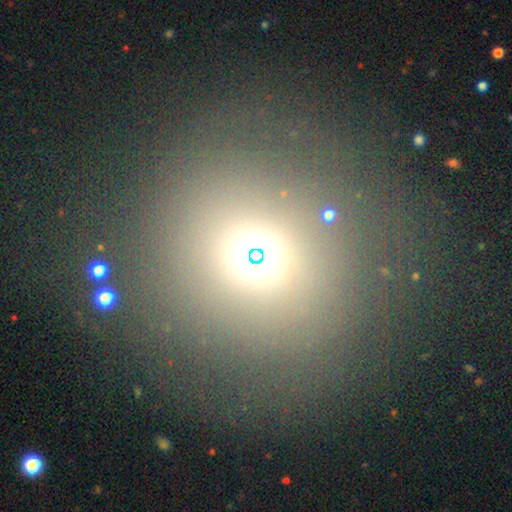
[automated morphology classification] Smooth or featured? smooth (57%)
How rounded? round (69%)
Merging? none (82%)